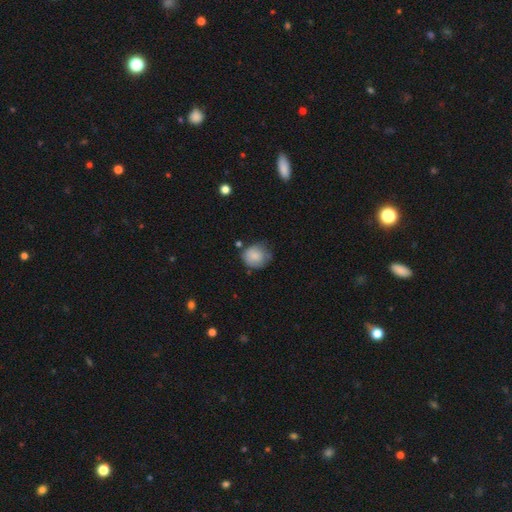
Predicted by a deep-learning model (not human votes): The model was most divided on "merging": none: 56%, minor disturbance: 31%, major disturbance: 8%, merger: 5%. More confident: smooth or featured — smooth (83%); how rounded — round (77%).